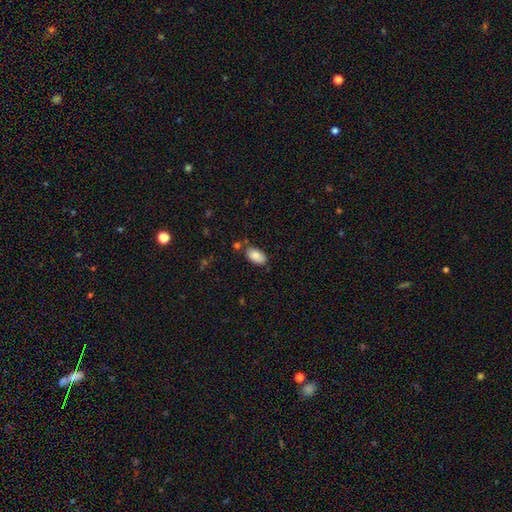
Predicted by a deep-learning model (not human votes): Smooth or featured?
  - smooth: 86% *
  - star or artifact: 7%
  - featured or disk: 7%
How rounded?
  - in between: 94% *
  - round: 4%
  - cigar-shaped: 2%
Merging?
  - none: 71% *
  - minor disturbance: 18%
  - merger: 7%
  - major disturbance: 4%